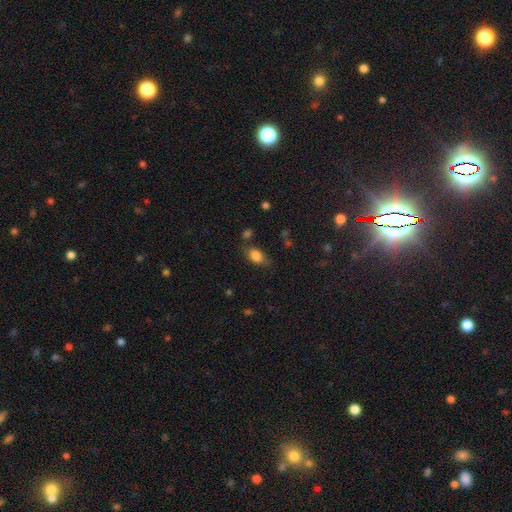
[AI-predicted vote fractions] smooth 83%, star or artifact 9%, featured or disk 8%. Down the decision tree: how rounded — in between (84%); merging — none (66%).